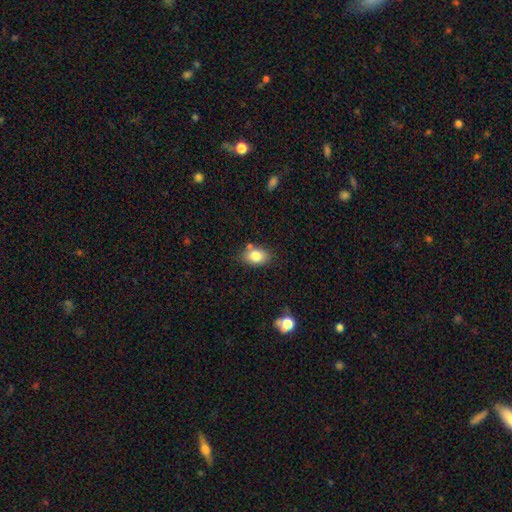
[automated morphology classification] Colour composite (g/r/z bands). It shows a smooth galaxy with no disk features (82%) that is in between round and cigar-shaped (79%). Merging: none (73%).